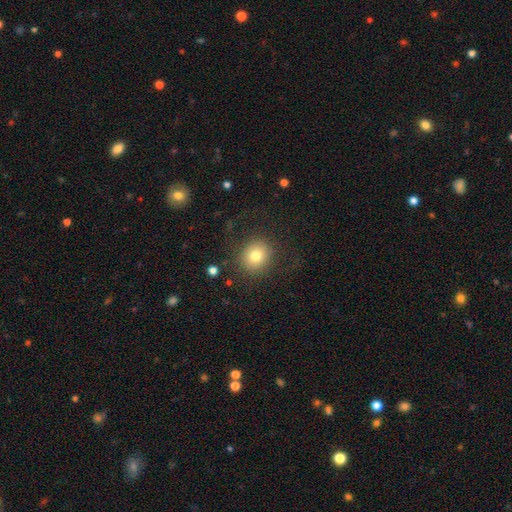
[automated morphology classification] smooth-or-featured: smooth: 77% | star or artifact: 11% | featured or disk: 11%
  how-rounded: round: 79% | in between: 21% | cigar-shaped: 1%
  merging: none: 81% | minor disturbance: 10% | major disturbance: 8% | merger: 1%